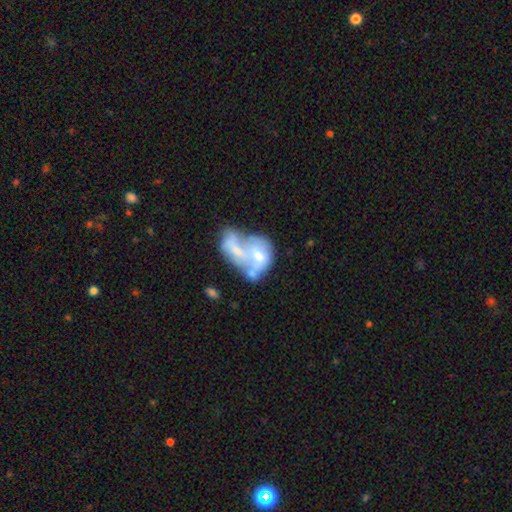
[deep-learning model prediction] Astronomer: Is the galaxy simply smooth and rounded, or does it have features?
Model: featured or disk — 51% (runner-up: smooth, 40%).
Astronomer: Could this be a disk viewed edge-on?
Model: no — 97%.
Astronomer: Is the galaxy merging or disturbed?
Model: merger — 60%.